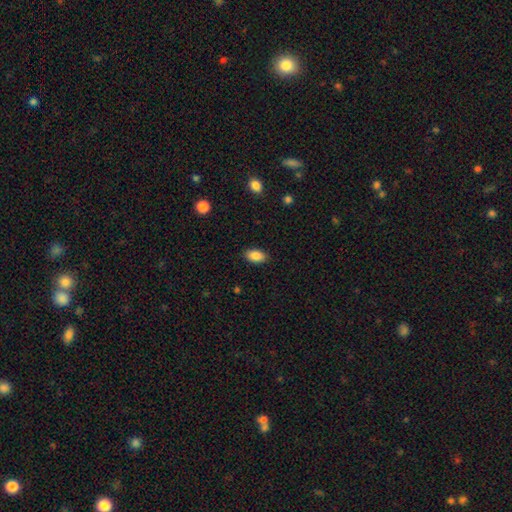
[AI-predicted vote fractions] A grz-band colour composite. It shows a smooth galaxy with no disk features (87%) that is in between round and cigar-shaped (93%). Merging: none (88%).